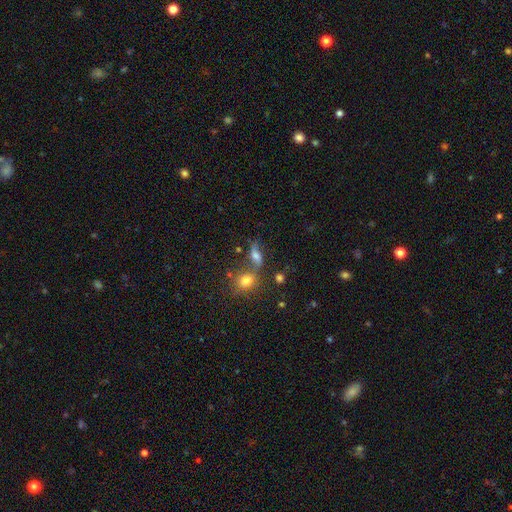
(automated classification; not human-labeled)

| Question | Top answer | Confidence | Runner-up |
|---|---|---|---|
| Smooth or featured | smooth | 42% | featured or disk (41%) |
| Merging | none | 49% | merger (24%) |